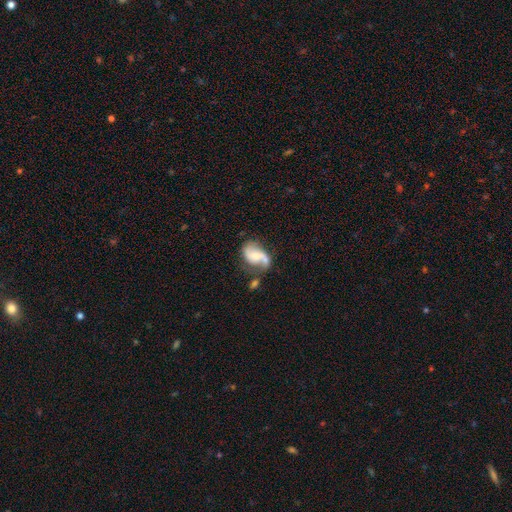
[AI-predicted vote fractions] Smooth or featured? Predicted: featured or disk (p=0.69). Edge-on disk? Predicted: no (p=0.97). Bar? Predicted: no (p=0.59). Spiral arms? Predicted: yes (p=0.89). Spiral winding? Predicted: loose (p=0.48). Spiral arm count? Predicted: 2 (p=0.82). Bulge size? Predicted: moderate (p=0.45). Merging? Predicted: none (p=0.40).